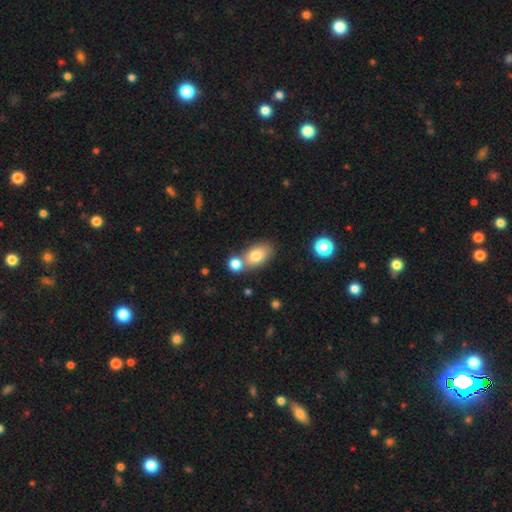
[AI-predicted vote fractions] smooth-or-featured: smooth: 77% | featured or disk: 14% | star or artifact: 9%
  how-rounded: in between: 84% | round: 14% | cigar-shaped: 2%
  merging: none: 50% | merger: 36% | minor disturbance: 11% | major disturbance: 3%